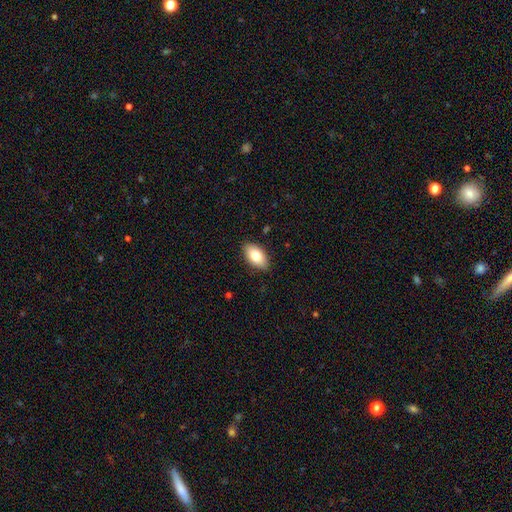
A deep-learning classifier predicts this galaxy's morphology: type=smooth (81%); roundness=in between (94%); merging=none (87%).